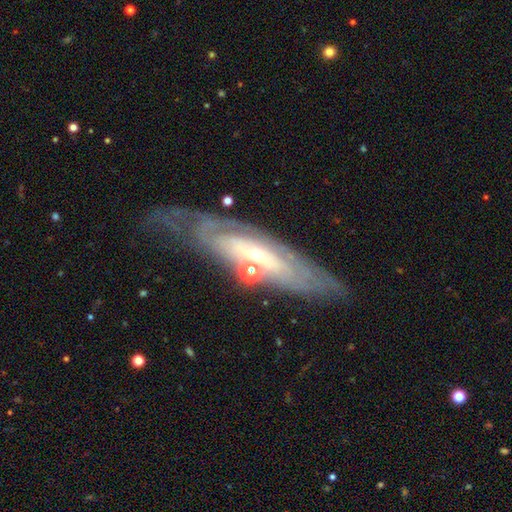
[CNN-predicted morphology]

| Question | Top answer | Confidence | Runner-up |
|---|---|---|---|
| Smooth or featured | featured or disk | 78% | smooth (14%) |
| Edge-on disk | no | 68% | yes (32%) |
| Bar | no | 62% | weak (25%) |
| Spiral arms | yes | 75% | no (25%) |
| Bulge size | small | 58% | moderate (33%) |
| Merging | none | 60% | minor disturbance (23%) |